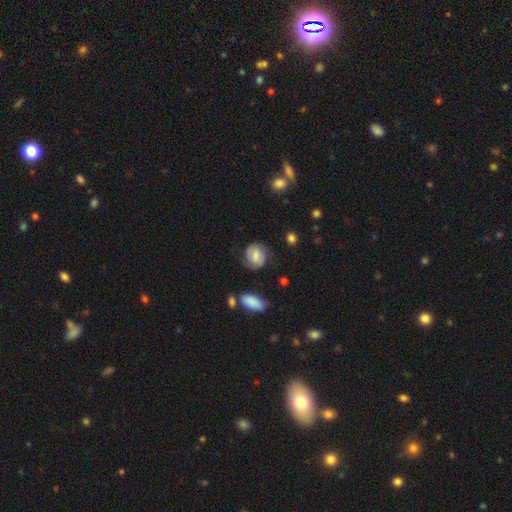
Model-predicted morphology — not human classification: Smooth or featured?
  - smooth: 49% *
  - featured or disk: 43%
  - star or artifact: 8%
Merging?
  - none: 70% *
  - minor disturbance: 19%
  - major disturbance: 8%
  - merger: 2%